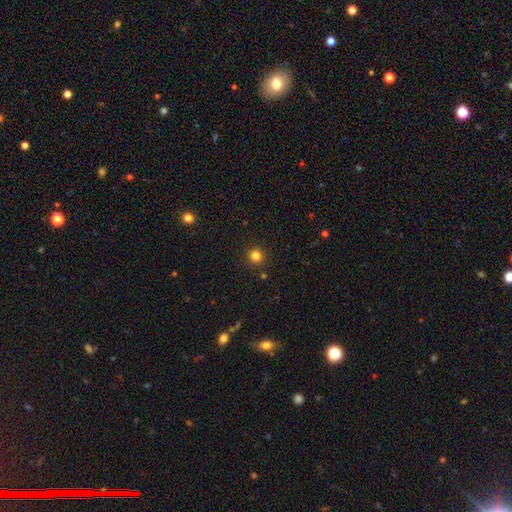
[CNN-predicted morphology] smooth 82%, star or artifact 14%, featured or disk 4%. Down the decision tree: how rounded — round (94%); merging — none (92%).